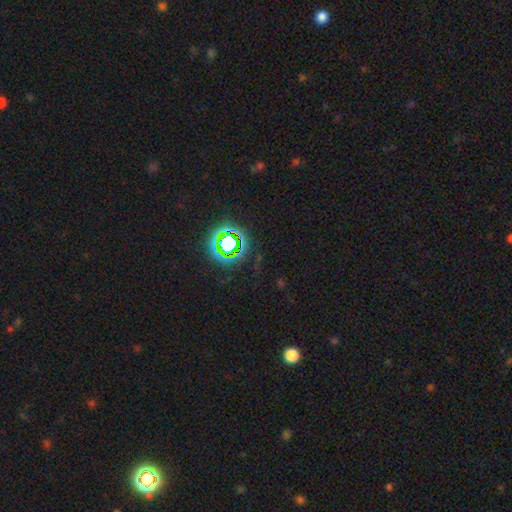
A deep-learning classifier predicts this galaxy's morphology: smooth-or-featured: star or artifact: 71% | smooth: 21% | featured or disk: 7%